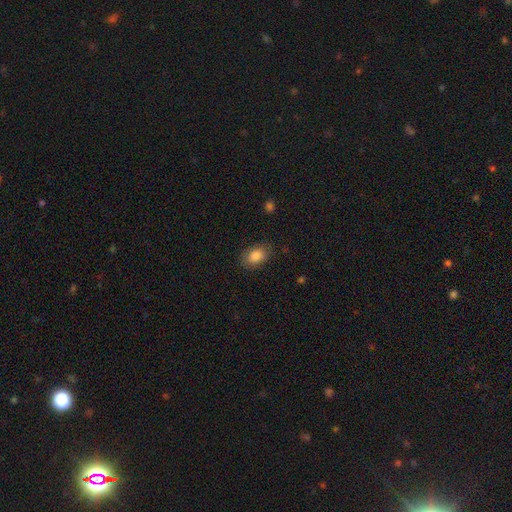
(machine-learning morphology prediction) smooth_or_featured: smooth (p=0.86) [alt: star or artifact p=0.08]
how_rounded: in between (p=0.86) [alt: round p=0.13]
merging: none (p=0.81) [alt: minor disturbance p=0.14]